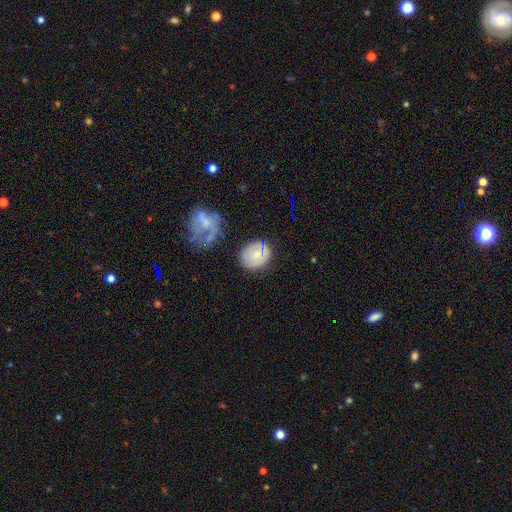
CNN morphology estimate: This is likely a smooth galaxy (61%). How rounded: likely round (63%). Merging: likely none (67%).